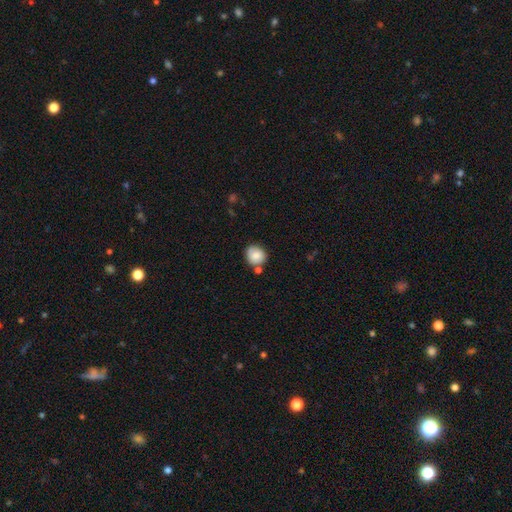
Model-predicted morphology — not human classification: Overall: smooth (82%). How rounded: round (84%). Merging: none (69%).